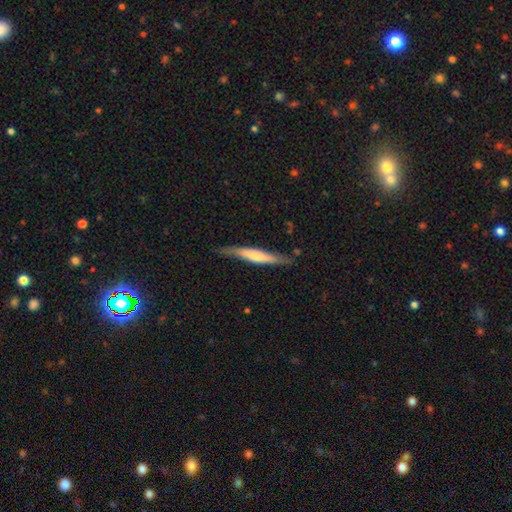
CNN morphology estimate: smooth-or-featured: smooth: 49% | featured or disk: 46% | star or artifact: 5%
  merging: none: 79% | minor disturbance: 16% | major disturbance: 3% | merger: 2%